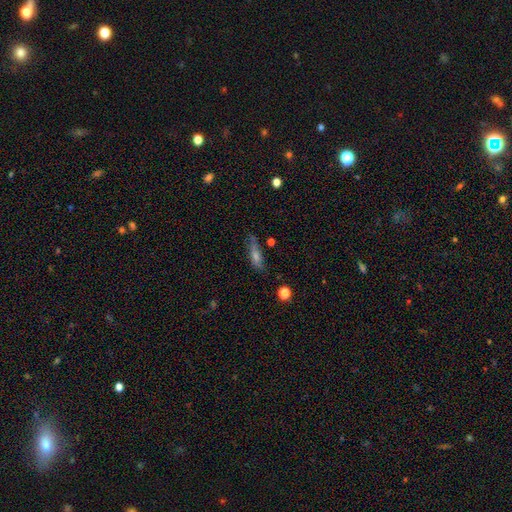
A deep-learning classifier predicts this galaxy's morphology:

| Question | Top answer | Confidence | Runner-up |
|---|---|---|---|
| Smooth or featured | smooth | 45% | featured or disk (40%) |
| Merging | none | 67% | minor disturbance (23%) |